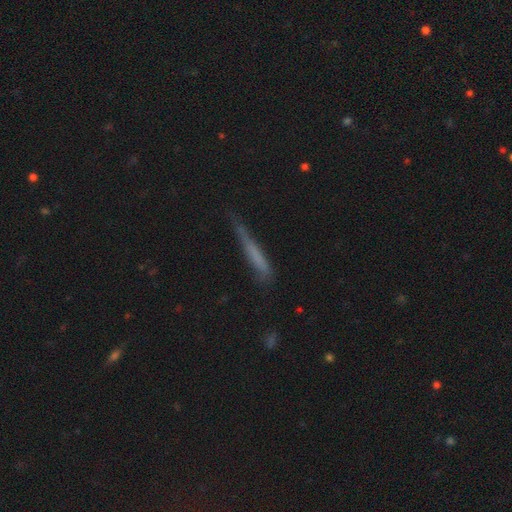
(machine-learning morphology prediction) type=smooth (61%); roundness=cigar-shaped (94%); merging=none (55%).